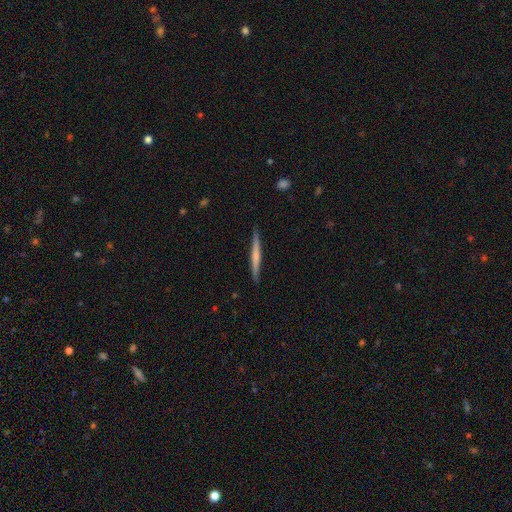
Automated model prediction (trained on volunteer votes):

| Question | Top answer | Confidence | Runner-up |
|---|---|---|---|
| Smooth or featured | featured or disk | 48% | smooth (47%) |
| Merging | none | 88% | minor disturbance (9%) |